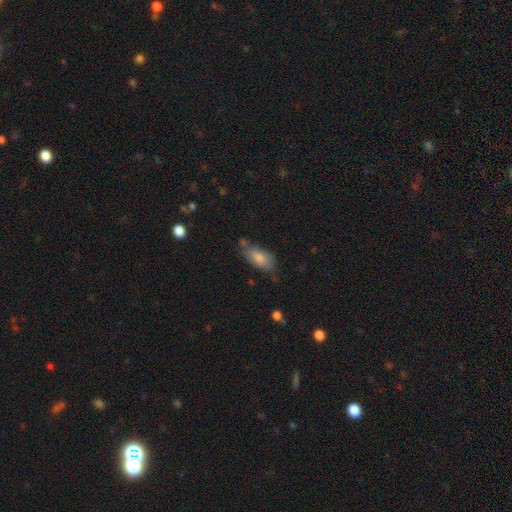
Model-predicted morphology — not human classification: smooth-or-featured: smooth: 70% | featured or disk: 19% | star or artifact: 11%
  how-rounded: in between: 81% | cigar-shaped: 15% | round: 4%
  merging: none: 63% | minor disturbance: 25% | major disturbance: 6% | merger: 6%